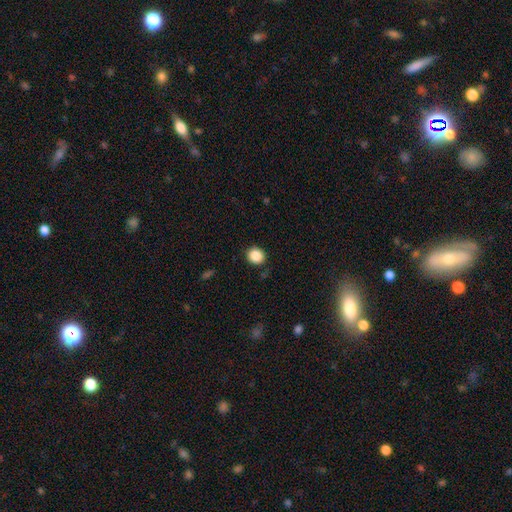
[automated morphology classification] Overall: smooth (87%). How rounded: round (86%). Merging: none (89%).